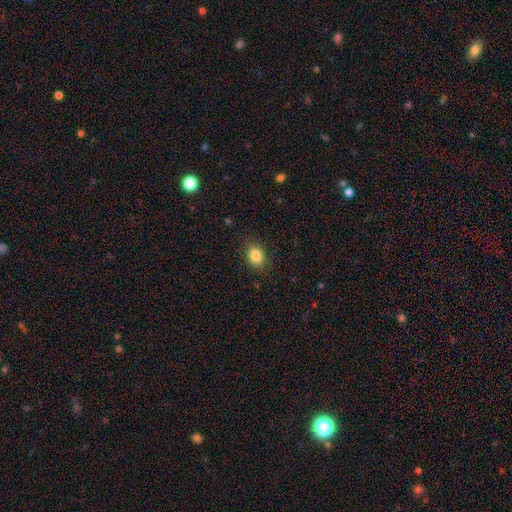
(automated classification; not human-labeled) Smooth or featured? smooth (85%)
How rounded? in between (67%)
Merging? none (85%)